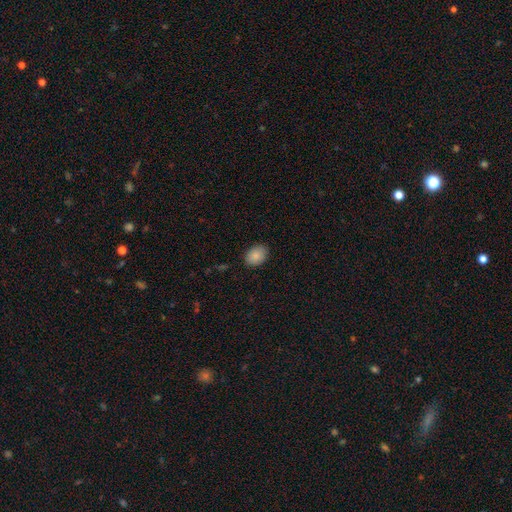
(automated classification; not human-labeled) Morphology: type=smooth (87%); roundness=in between (68%); merging=none (86%).